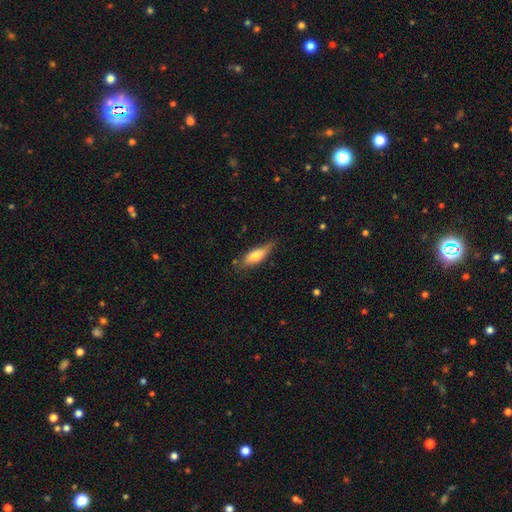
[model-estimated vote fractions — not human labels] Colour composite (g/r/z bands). It shows a smooth galaxy with no disk features (70%) that is in between round and cigar-shaped (54%). Merging: none (59%).